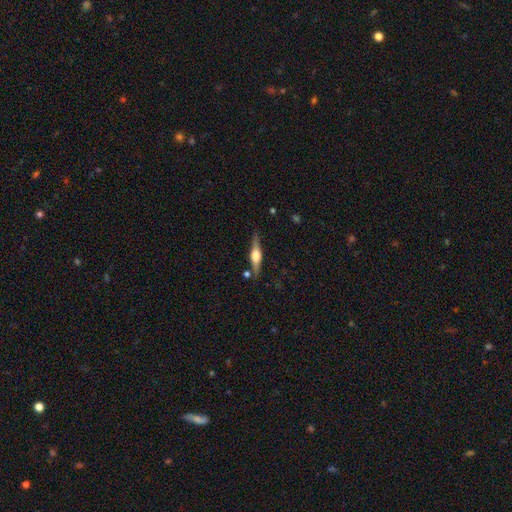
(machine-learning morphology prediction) smooth_or_featured: featured or disk (p=0.75) [alt: smooth p=0.19]
disk_edge_on: yes (p=0.97) [alt: no p=0.03]
edge_on_bulge: rounded (p=0.90) [alt: boxy p=0.08]
merging: none (p=0.84) [alt: minor disturbance p=0.10]